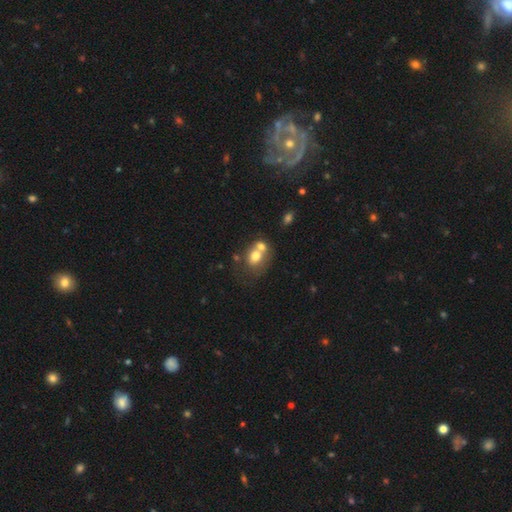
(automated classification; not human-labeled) This appears to be a smooth galaxy with no disk features (68%) that is round (51%). Merging: merger (56%).